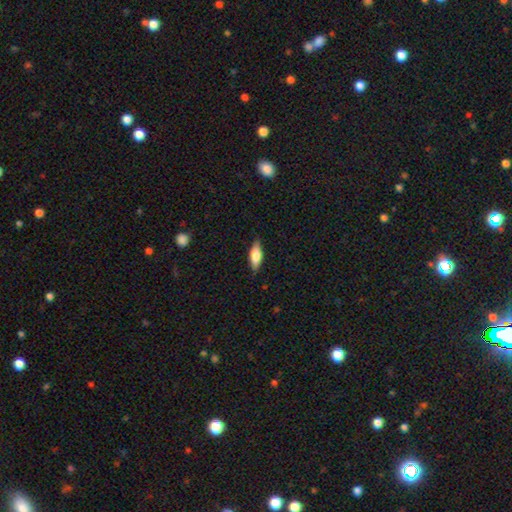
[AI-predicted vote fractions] This is likely a smooth galaxy (66%). How rounded: likely in between (63%). Merging: clearly none (85%).